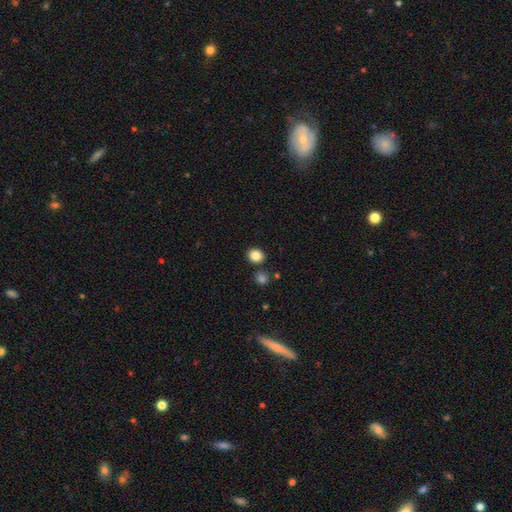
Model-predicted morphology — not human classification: This is clearly a smooth galaxy (85%). How rounded: likely round (69%). Merging: clearly none (84%).